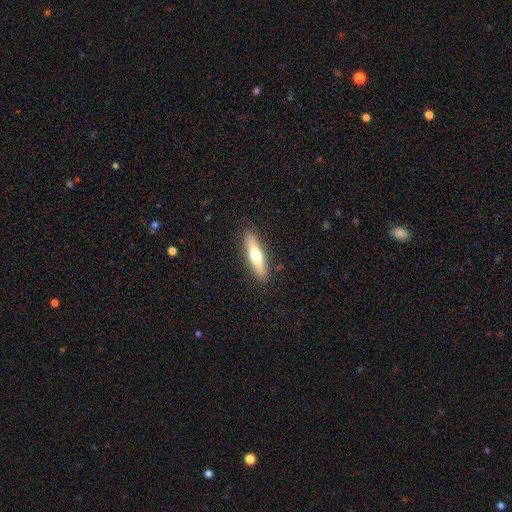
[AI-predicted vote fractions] Smooth or featured: smooth — 52% (featured or disk — 42%)
How rounded: cigar-shaped — 76% (in between — 22%)
Merging: none — 89% (minor disturbance — 8%)